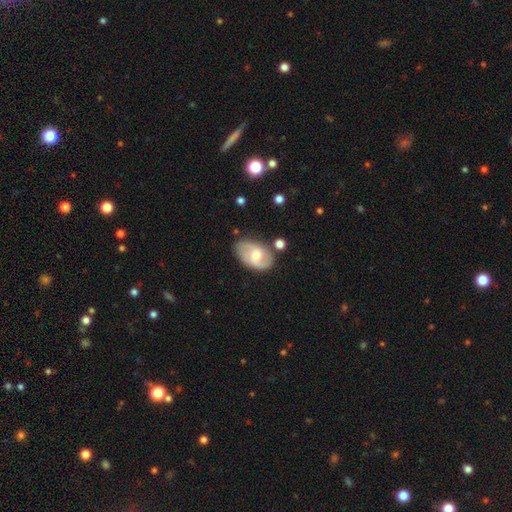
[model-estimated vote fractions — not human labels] Smooth or featured? Predicted: featured or disk (p=0.60). Edge-on disk? Predicted: no (p=0.95). Bar? Predicted: weak (p=0.49). Spiral arms? Predicted: yes (p=0.79). Bulge size? Predicted: moderate (p=0.61). Merging? Predicted: none (p=0.70).